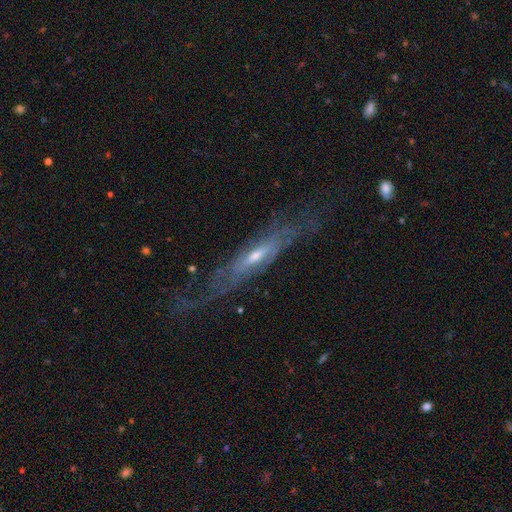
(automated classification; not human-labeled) featured or disk 78%, smooth 15%, star or artifact 6%. Down the decision tree: edge-on disk — yes (54%); merging — none (62%).